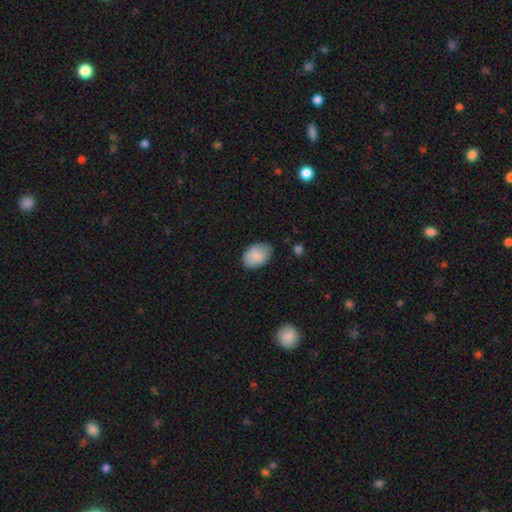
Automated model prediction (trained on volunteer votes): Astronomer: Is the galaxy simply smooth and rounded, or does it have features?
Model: smooth — 87%.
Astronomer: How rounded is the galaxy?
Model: in between — 83%.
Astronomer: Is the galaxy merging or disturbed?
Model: none — 75%.